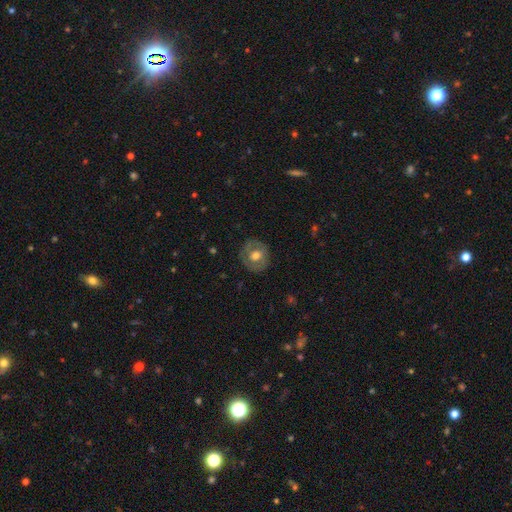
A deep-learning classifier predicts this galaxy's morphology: This is possibly a smooth galaxy (53%). How rounded: clearly round (81%). Merging: clearly none (82%).